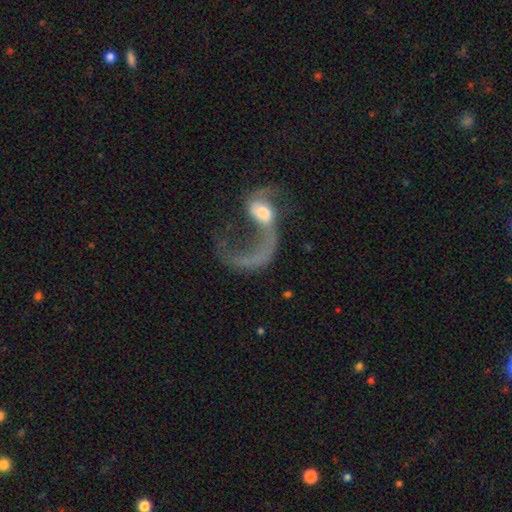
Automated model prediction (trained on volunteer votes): Morphology: type=featured or disk (77%); edge-on=no (96%); bar=no (57%); spiral arms=yes (85%); winding=loose (81%); arm count=1 (63%); bulge=moderate (52%); merging=major disturbance (53%).